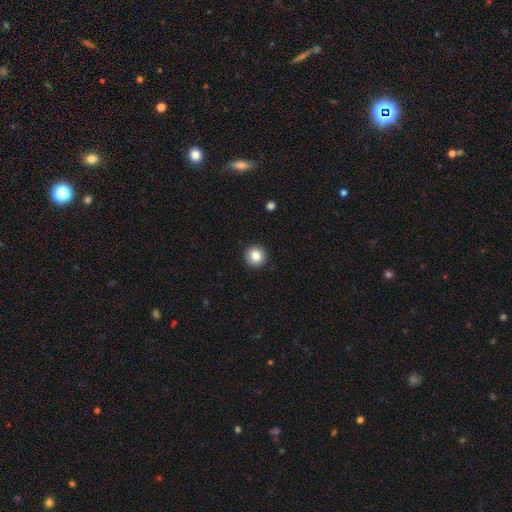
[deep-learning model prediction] Smooth or featured?
  - smooth: 83% *
  - star or artifact: 9%
  - featured or disk: 8%
How rounded?
  - round: 96% *
  - in between: 4%
  - cigar-shaped: 1%
Merging?
  - none: 92% *
  - minor disturbance: 5%
  - major disturbance: 2%
  - merger: 1%